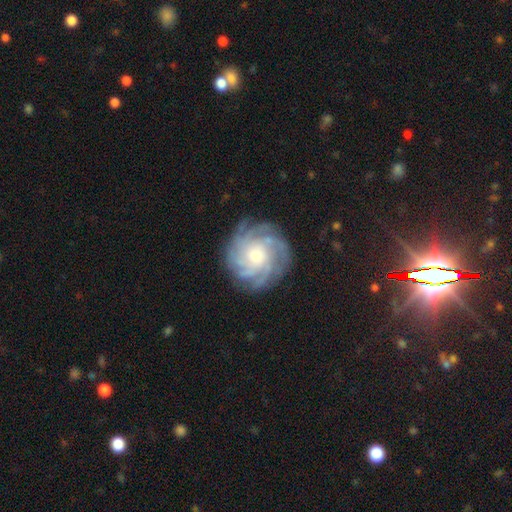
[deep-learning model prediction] Q: Smooth or featured?
A: featured or disk (83%); runner-up: smooth (9%)
Q: Edge-on disk?
A: no (98%); runner-up: yes (2%)
Q: Bar?
A: no (75%); runner-up: weak (21%)
Q: Spiral arms?
A: yes (97%); runner-up: no (3%)
Q: Spiral winding?
A: tight (70%); runner-up: medium (24%)
Q: Spiral arm count?
A: more than 4 (30%); runner-up: 4 (23%)
Q: Bulge size?
A: moderate (50%); runner-up: small (39%)
Q: Merging?
A: none (83%); runner-up: minor disturbance (11%)